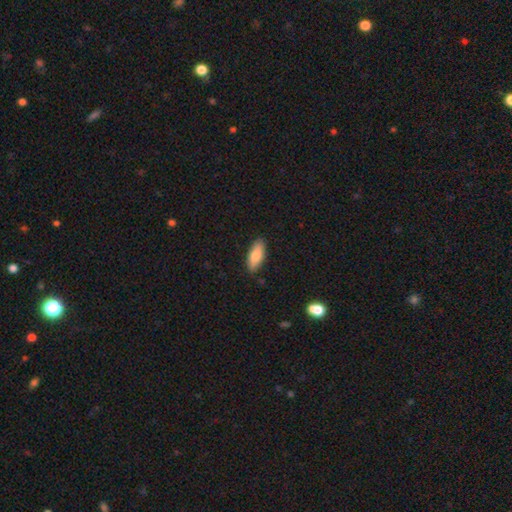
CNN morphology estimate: Smooth or featured? Predicted: smooth (p=0.80). How rounded? Predicted: in between (p=0.76). Merging? Predicted: none (p=0.87).